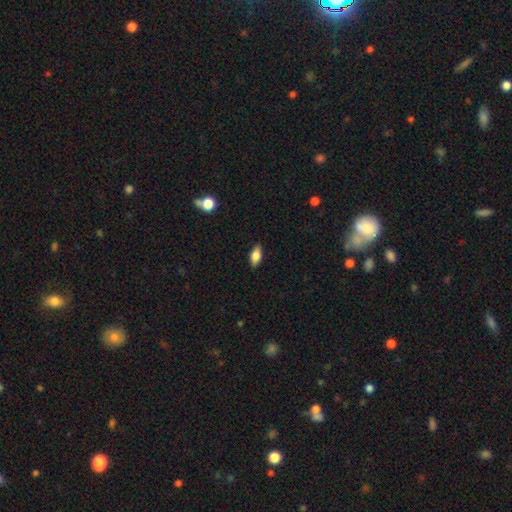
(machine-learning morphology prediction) A smooth galaxy with no disk features (72%) that is in between round and cigar-shaped (84%). Merging: none (87%).